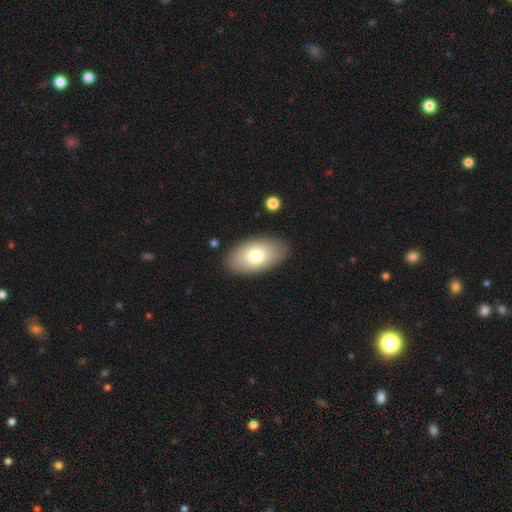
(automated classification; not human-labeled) smooth_or_featured: smooth (p=0.75) [alt: featured or disk p=0.19]
how_rounded: in between (p=0.94) [alt: round p=0.05]
merging: none (p=0.86) [alt: minor disturbance p=0.09]